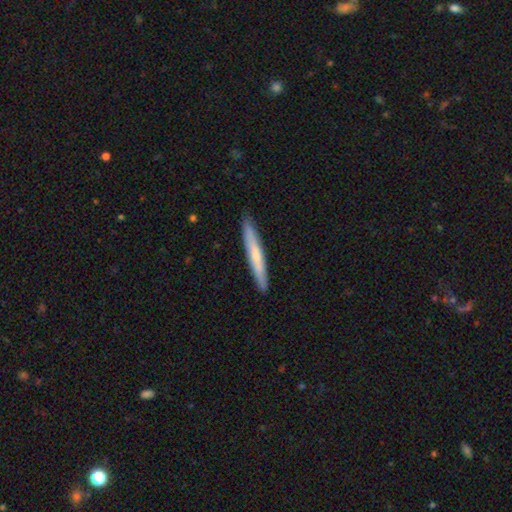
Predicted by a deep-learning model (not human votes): smooth-or-featured: smooth: 58% | featured or disk: 37% | star or artifact: 5%
  how-rounded: cigar-shaped: 96% | in between: 3% | round: 1%
  merging: none: 91% | minor disturbance: 7% | major disturbance: 1% | merger: 1%